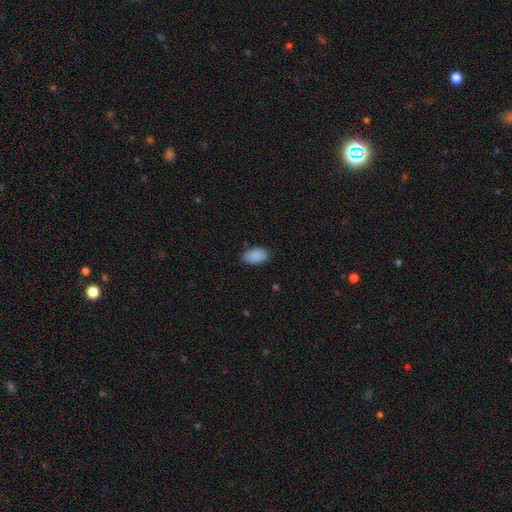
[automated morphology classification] The model was most divided on "merging": none: 85%, minor disturbance: 11%, major disturbance: 2%, merger: 1%. More confident: how rounded — in between (93%); smooth or featured — smooth (90%).